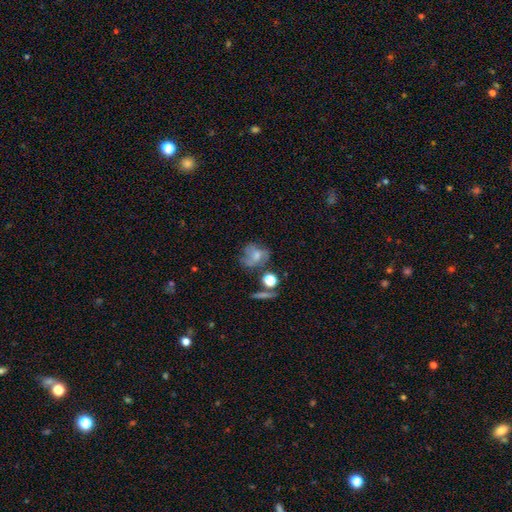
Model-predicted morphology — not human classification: Q: Smooth or featured?
A: smooth (49%); runner-up: featured or disk (38%)
Q: Merging?
A: none (45%); runner-up: minor disturbance (24%)